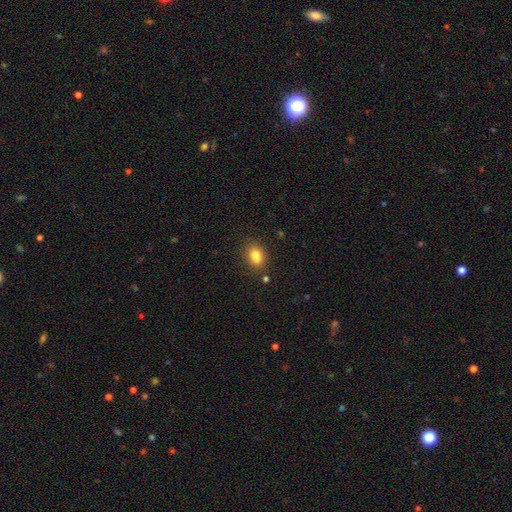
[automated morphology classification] type=smooth (82%); roundness=in between (76%); merging=none (78%).